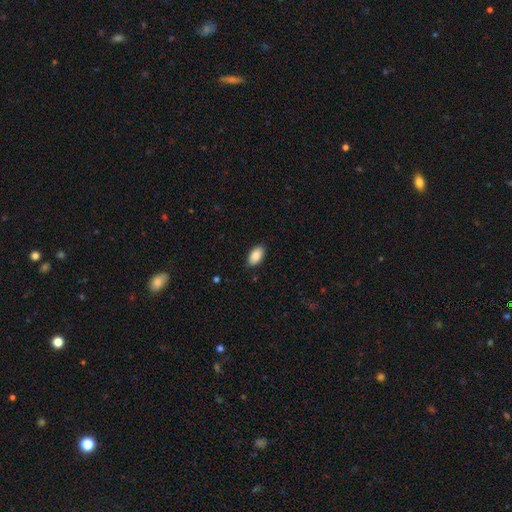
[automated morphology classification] type=smooth (88%); roundness=in between (95%); merging=none (87%).